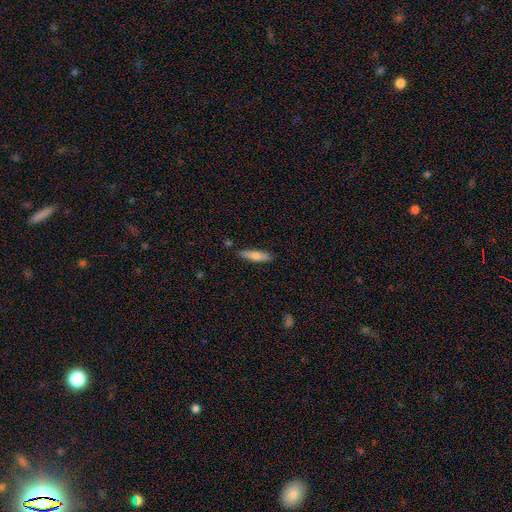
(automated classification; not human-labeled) A smooth galaxy with no disk features (69%) that is cigar-shaped (70%). Merging: none (83%).